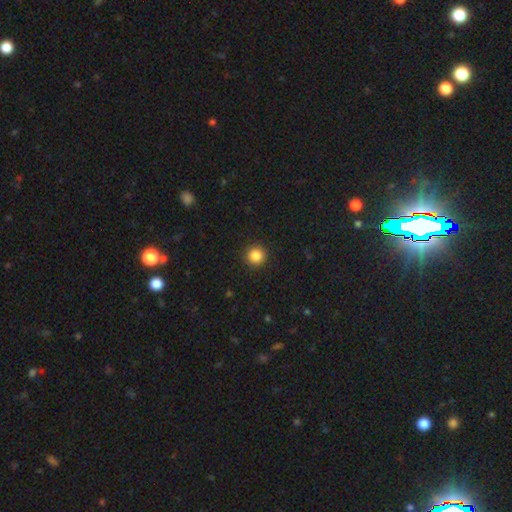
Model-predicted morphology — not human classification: Smooth or featured: smooth — 86% (star or artifact — 11%)
How rounded: round — 95% (in between — 4%)
Merging: none — 92% (minor disturbance — 5%)